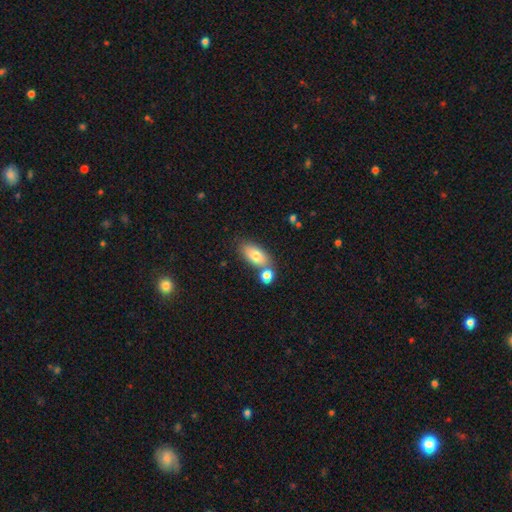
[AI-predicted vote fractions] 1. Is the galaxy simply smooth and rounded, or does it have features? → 76% smooth, 16% featured or disk, 8% star or artifact.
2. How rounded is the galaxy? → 87% in between, 7% cigar-shaped, 5% round.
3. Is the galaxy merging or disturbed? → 57% none, 27% merger, 12% minor disturbance, 4% major disturbance.